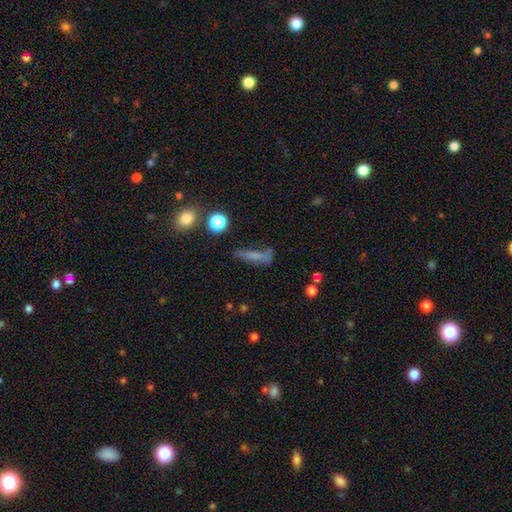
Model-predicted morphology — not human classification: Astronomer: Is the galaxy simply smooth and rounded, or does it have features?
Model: smooth — 57%.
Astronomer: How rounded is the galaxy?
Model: cigar-shaped — 70%.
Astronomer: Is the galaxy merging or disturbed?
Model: none — 46% (runner-up: minor disturbance, 26%).